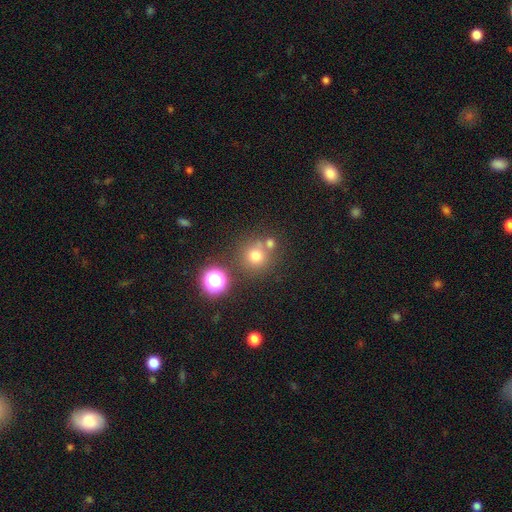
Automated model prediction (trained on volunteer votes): smooth_or_featured: smooth (p=0.71) [alt: star or artifact p=0.19]
how_rounded: round (p=0.93) [alt: in between p=0.06]
merging: none (p=0.71) [alt: merger p=0.16]